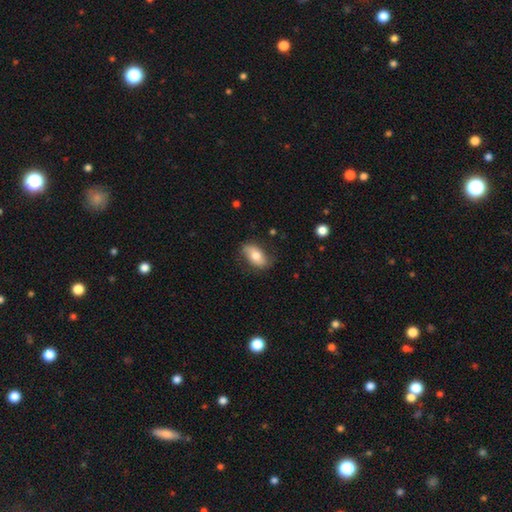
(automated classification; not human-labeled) smooth_or_featured: smooth (p=0.66) [alt: featured or disk p=0.28]
how_rounded: in between (p=0.89) [alt: cigar-shaped p=0.06]
merging: none (p=0.76) [alt: minor disturbance p=0.18]